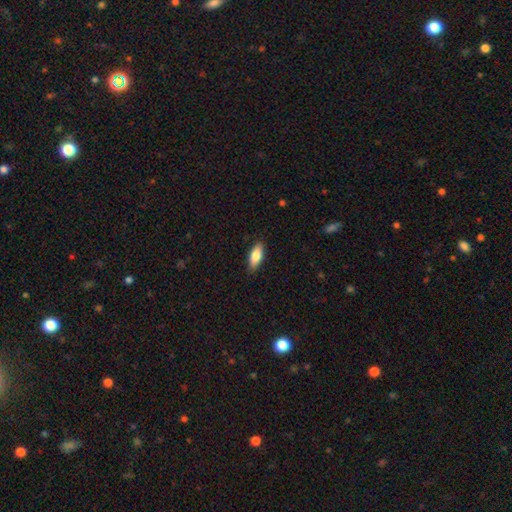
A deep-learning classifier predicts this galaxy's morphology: Smooth or featured? Predicted: smooth (p=0.81). How rounded? Predicted: in between (p=0.77). Merging? Predicted: none (p=0.88).